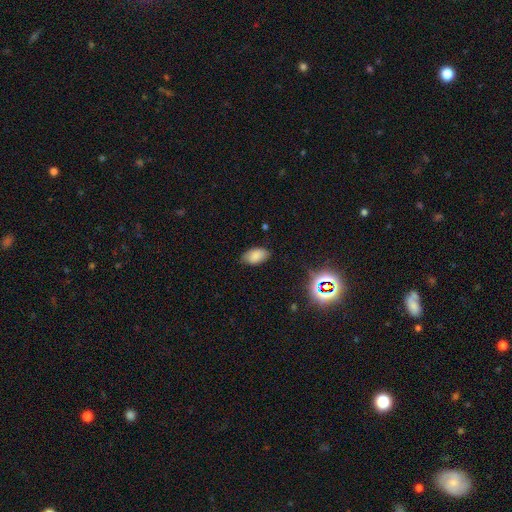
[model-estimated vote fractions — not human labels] smooth-or-featured: smooth: 81% | star or artifact: 12% | featured or disk: 7%
  how-rounded: in between: 94% | round: 5% | cigar-shaped: 2%
  merging: none: 77% | minor disturbance: 18% | major disturbance: 4% | merger: 1%